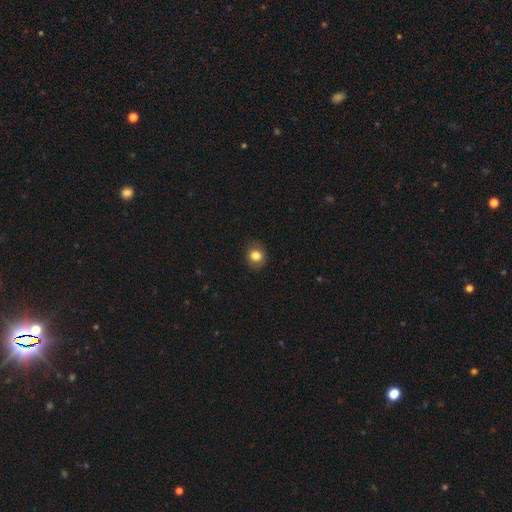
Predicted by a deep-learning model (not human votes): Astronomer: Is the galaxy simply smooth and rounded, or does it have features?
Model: smooth — 82%.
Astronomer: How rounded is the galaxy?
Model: round — 72%.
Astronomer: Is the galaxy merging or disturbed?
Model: none — 84%.